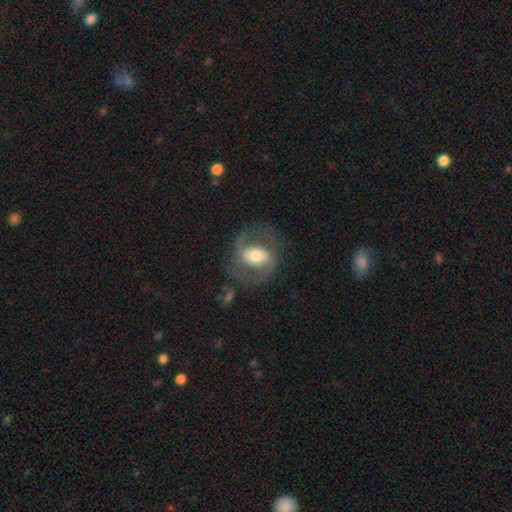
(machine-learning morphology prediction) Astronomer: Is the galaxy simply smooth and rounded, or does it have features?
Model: featured or disk — 76%.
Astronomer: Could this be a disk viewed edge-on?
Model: no — 96%.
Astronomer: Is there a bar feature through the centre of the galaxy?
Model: weak — 40% (runner-up: no, 30%).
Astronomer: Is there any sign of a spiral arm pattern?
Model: yes — 84%.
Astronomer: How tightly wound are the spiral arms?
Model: medium — 55%.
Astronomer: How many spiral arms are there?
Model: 2 — 89%.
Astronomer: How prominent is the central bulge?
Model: moderate — 61%.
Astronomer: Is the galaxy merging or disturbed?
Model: none — 71%.